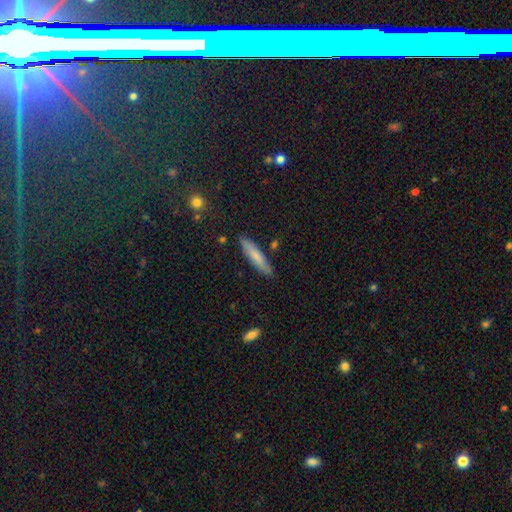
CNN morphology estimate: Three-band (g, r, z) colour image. It shows a smooth galaxy with no disk features (75%) that is cigar-shaped (86%). Merging: none (86%).